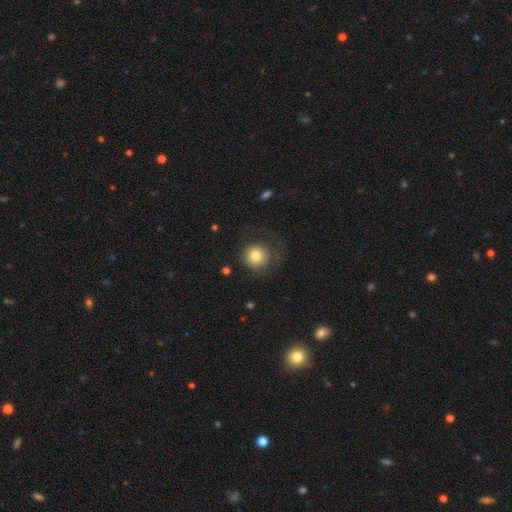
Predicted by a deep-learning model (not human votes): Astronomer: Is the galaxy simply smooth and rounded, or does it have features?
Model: smooth — 78%.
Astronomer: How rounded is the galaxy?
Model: round — 92%.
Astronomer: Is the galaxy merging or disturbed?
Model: none — 61%.